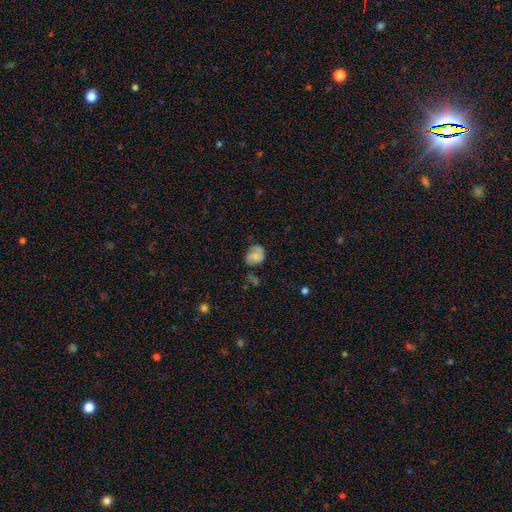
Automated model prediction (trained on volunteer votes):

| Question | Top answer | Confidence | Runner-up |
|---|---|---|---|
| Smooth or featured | smooth | 56% | featured or disk (35%) |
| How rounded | in between | 54% | round (45%) |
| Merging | none | 52% | minor disturbance (30%) |